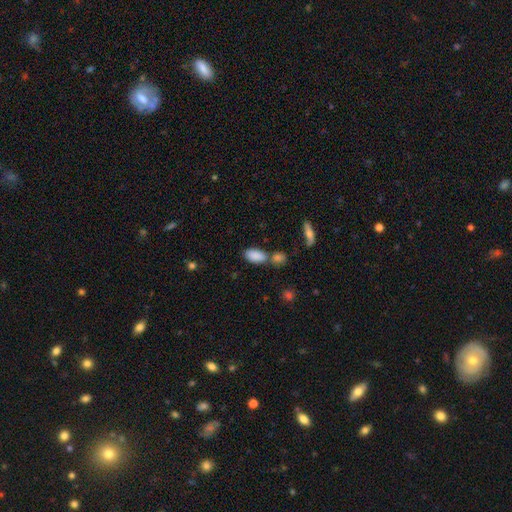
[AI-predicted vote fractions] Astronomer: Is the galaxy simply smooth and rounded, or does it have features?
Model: smooth — 87%.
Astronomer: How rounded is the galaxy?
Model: in between — 92%.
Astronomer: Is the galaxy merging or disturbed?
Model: none — 60%.